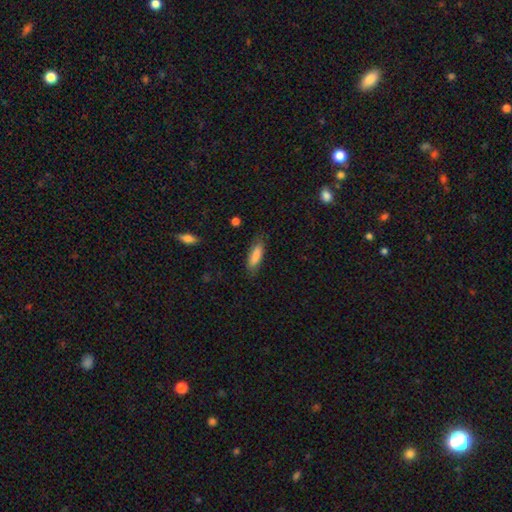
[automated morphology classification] type=smooth (85%); roundness=in between (49%, tied with cigar-shaped); merging=none (80%).